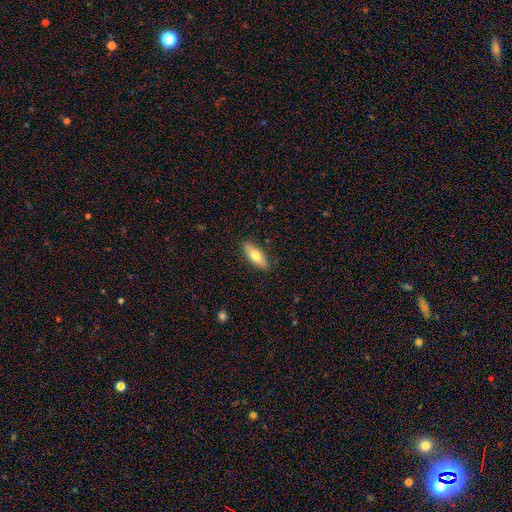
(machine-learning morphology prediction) The model was most divided on "how rounded": in between: 52%, cigar-shaped: 46%, round: 2%. More confident: merging — none (88%); smooth or featured — smooth (65%).